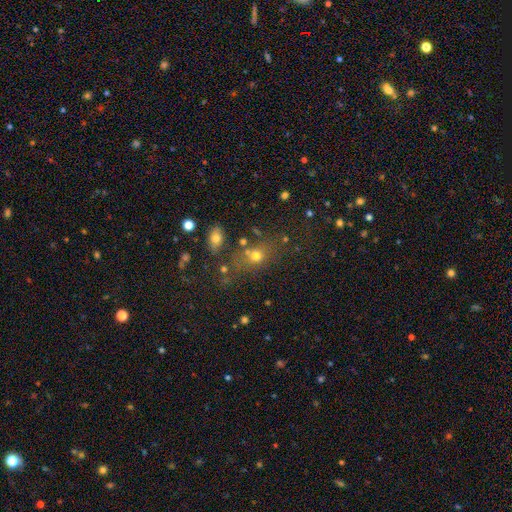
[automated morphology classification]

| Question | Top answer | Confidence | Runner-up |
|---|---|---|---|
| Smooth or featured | smooth | 65% | star or artifact (20%) |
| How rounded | round | 51% | in between (44%) |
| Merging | none | 58% | merger (18%) |